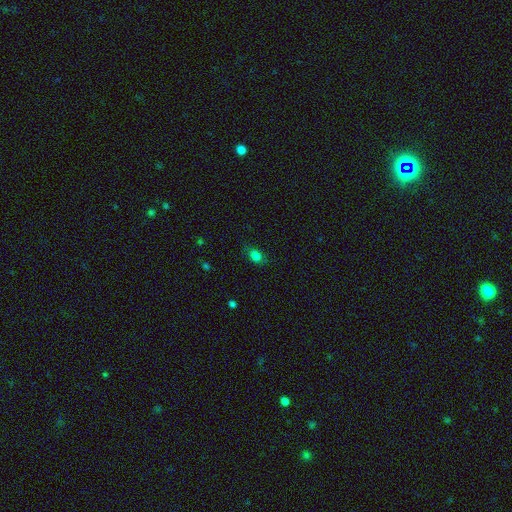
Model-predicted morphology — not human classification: Smooth or featured: smooth — 79% (star or artifact — 14%)
How rounded: in between — 69% (round — 29%)
Merging: none — 75% (minor disturbance — 18%)